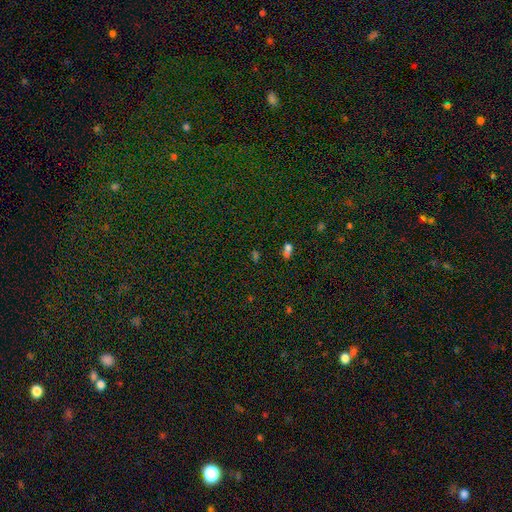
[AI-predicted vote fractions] Q: Smooth or featured?
A: star or artifact (56%); runner-up: smooth (34%)